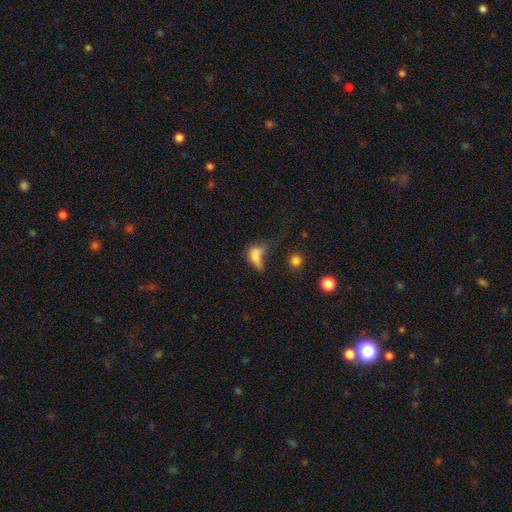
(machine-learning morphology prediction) The model was most divided on "merging": major disturbance: 39%, none: 22%, minor disturbance: 22%, merger: 17%. More confident: how rounded — in between (77%); smooth or featured — smooth (65%).